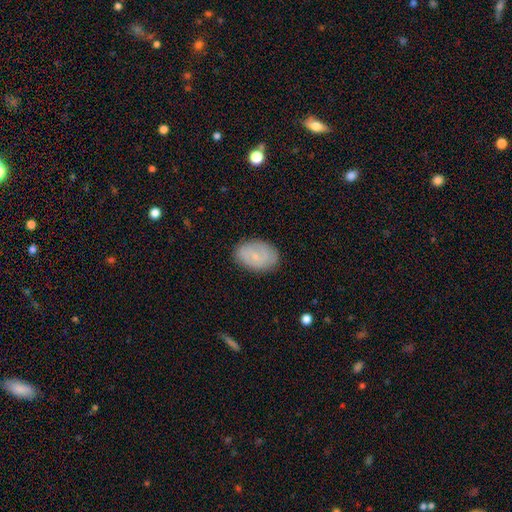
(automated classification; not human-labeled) smooth_or_featured: smooth (p=0.47) [alt: featured or disk p=0.44]
merging: none (p=0.82) [alt: minor disturbance p=0.14]